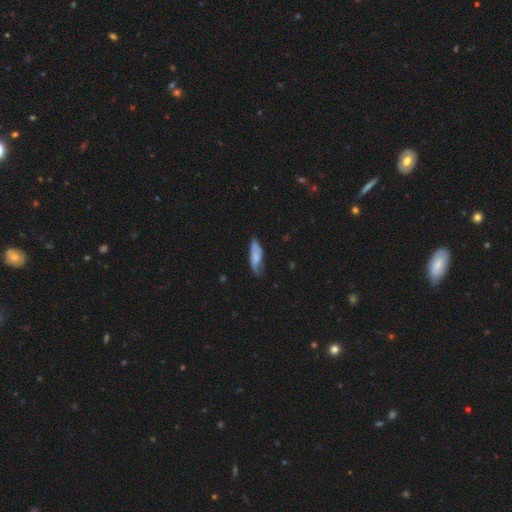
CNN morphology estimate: This is likely a smooth galaxy (63%). How rounded: possibly in between (51%). Merging: possibly none (57%).